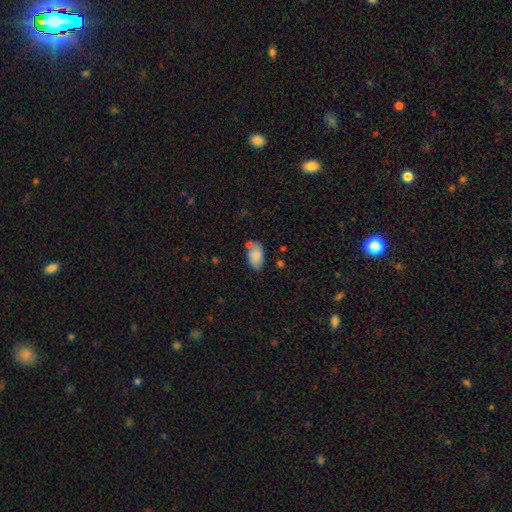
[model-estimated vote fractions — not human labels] Smooth or featured? smooth (86%)
How rounded? in between (94%)
Merging? none (63%)